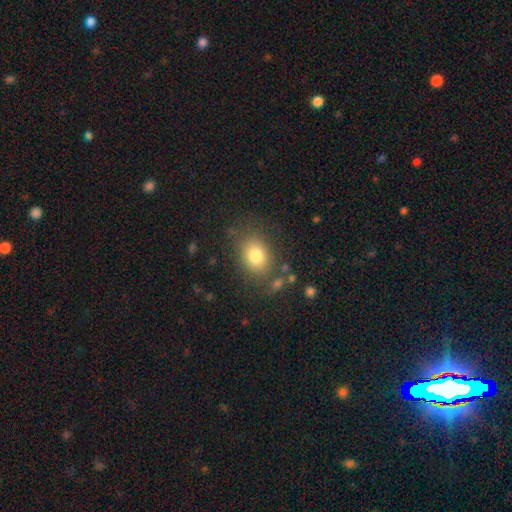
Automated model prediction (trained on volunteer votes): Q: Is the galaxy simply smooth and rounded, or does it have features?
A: smooth — 79%.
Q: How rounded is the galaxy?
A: in between — 56%.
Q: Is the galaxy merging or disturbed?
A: none — 74%.